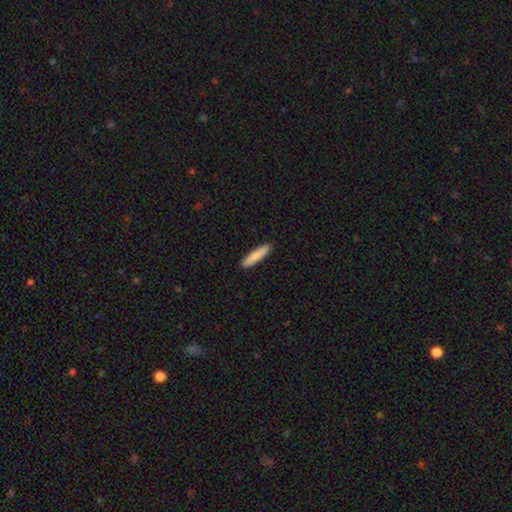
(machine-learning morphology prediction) A smooth galaxy with no disk features (82%) that is cigar-shaped (87%). Merging: none (91%).